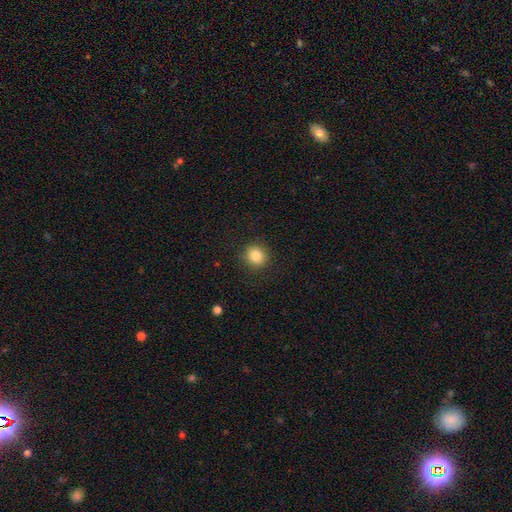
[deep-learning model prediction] Q: Smooth or featured?
A: smooth (84%); runner-up: star or artifact (10%)
Q: How rounded?
A: round (88%); runner-up: in between (11%)
Q: Merging?
A: none (90%); runner-up: minor disturbance (7%)